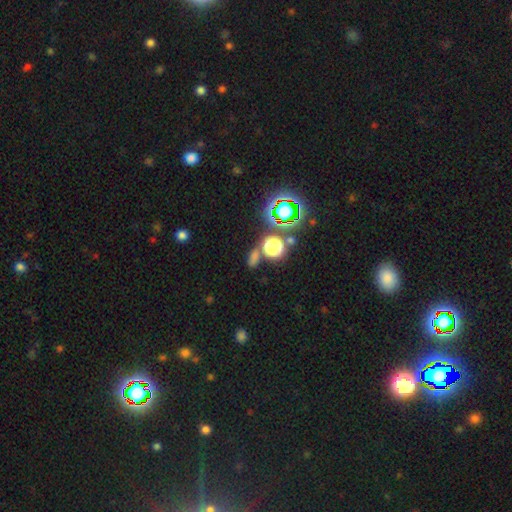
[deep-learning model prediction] This is possibly a star or artifact rather than a galaxy (47%).